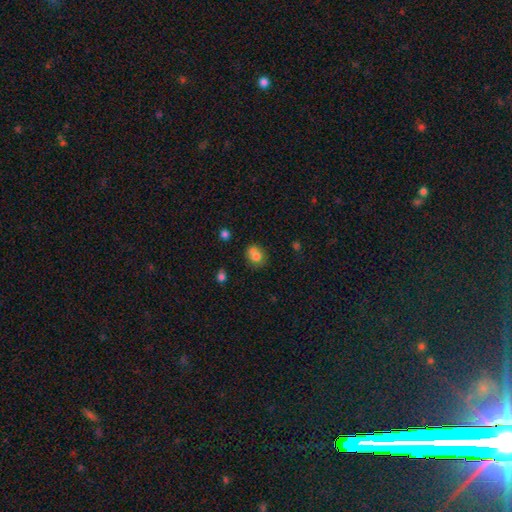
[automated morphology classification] Smooth or featured? smooth (75%)
How rounded? round (64%)
Merging? none (45%)